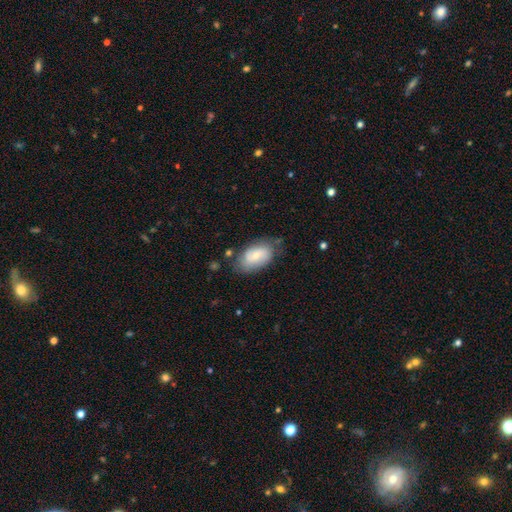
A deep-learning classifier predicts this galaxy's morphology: Smooth or featured?
  - smooth: 53% *
  - featured or disk: 40%
  - star or artifact: 7%
How rounded?
  - in between: 92% *
  - round: 6%
  - cigar-shaped: 2%
Merging?
  - none: 67% *
  - minor disturbance: 23%
  - major disturbance: 7%
  - merger: 4%